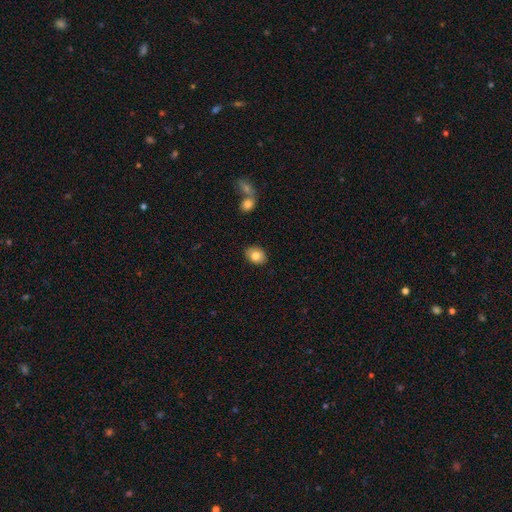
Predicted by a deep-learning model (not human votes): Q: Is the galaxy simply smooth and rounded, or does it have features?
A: smooth — 81%.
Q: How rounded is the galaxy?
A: in between — 64%.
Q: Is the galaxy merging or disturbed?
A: none — 87%.